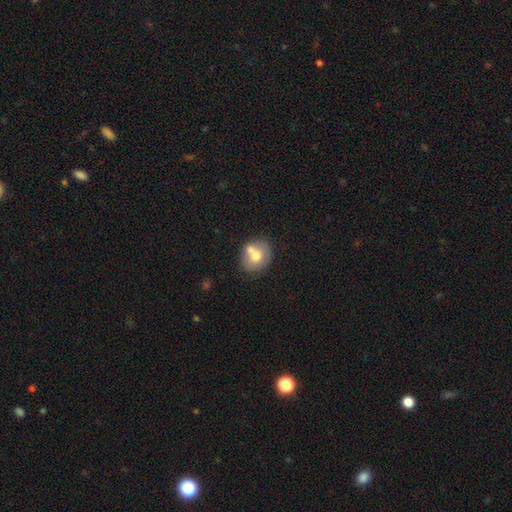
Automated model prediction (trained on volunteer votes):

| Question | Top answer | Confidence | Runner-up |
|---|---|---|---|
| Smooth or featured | smooth | 66% | featured or disk (26%) |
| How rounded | round | 67% | in between (32%) |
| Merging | none | 46% | merger (35%) |